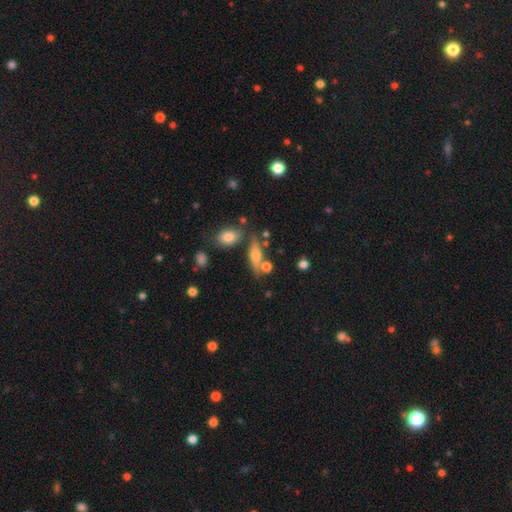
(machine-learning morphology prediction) Smooth or featured? Predicted: smooth (p=0.53). How rounded? Predicted: in between (p=0.49). Merging? Predicted: none (p=0.65).